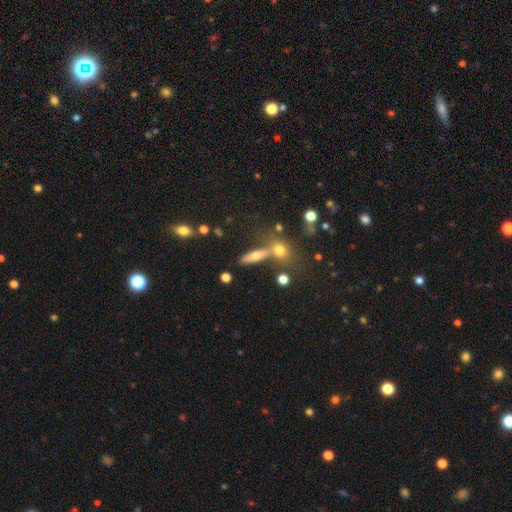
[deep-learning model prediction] This is possibly a smooth galaxy (60%). How rounded: possibly cigar-shaped (54%). Merging: possibly none (57%).